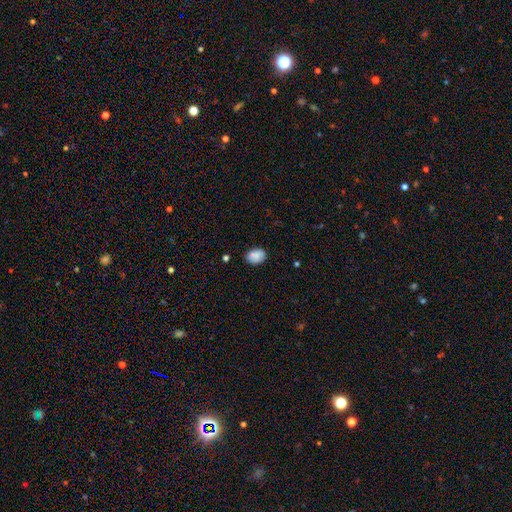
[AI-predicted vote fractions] Q: Smooth or featured?
A: smooth (86%); runner-up: star or artifact (8%)
Q: How rounded?
A: in between (73%); runner-up: round (26%)
Q: Merging?
A: none (76%); runner-up: minor disturbance (19%)